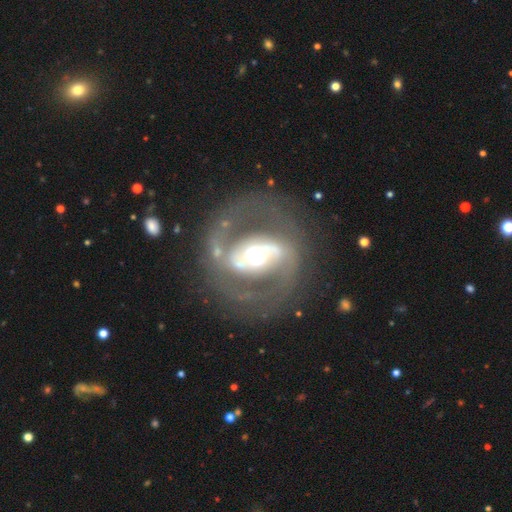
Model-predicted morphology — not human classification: This appears to be a featured or disk galaxy (82%) with a strong bar (38%), 2 (84%) medium (49%) spiral arms (81%) and a moderate central bulge (45%). Merging: none (73%).